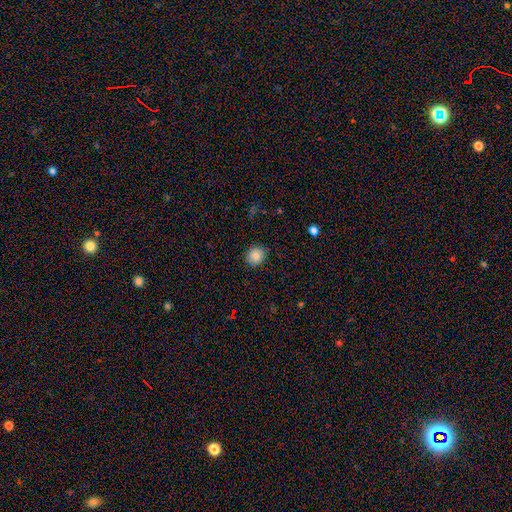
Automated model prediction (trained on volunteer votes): Overall: smooth (86%). How rounded: round (76%). Merging: none (88%).